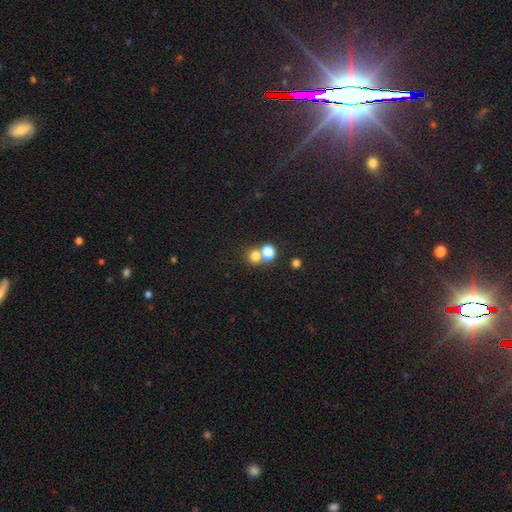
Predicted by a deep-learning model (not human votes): This appears to be a smooth galaxy with no disk features (76%) that is round (76%). Merging: merger (47%).